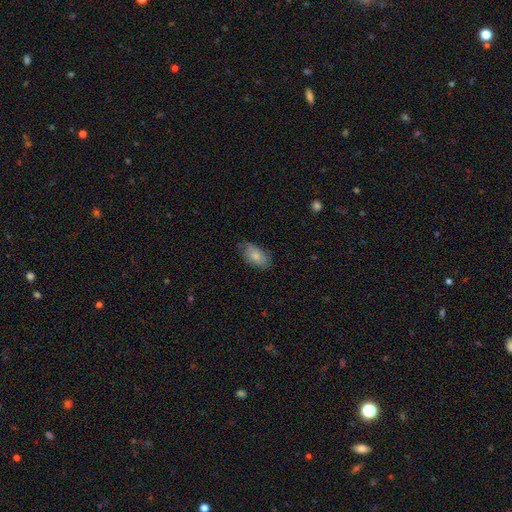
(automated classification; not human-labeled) This is likely a smooth galaxy (77%). How rounded: clearly in between (92%). Merging: likely none (68%).